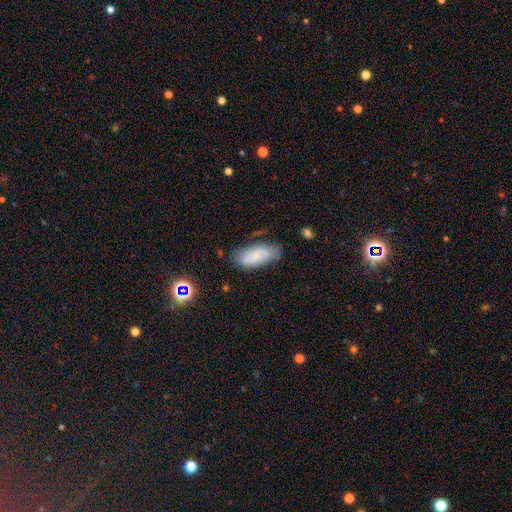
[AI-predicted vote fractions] This appears to be a smooth galaxy with no disk features (78%) that is in between round and cigar-shaped (86%). Merging: none (68%).